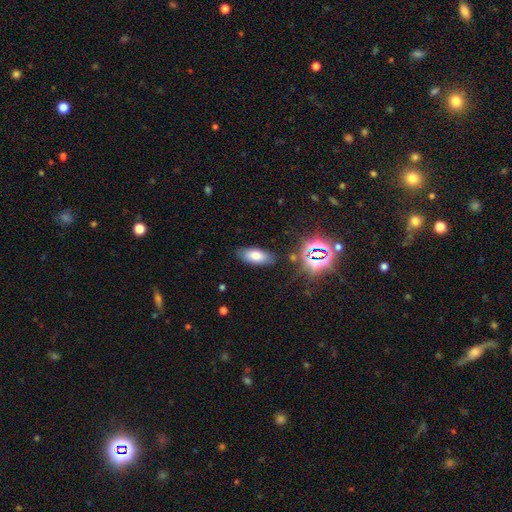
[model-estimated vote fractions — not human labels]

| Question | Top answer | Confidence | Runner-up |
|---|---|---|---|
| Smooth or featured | smooth | 73% | star or artifact (14%) |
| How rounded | in between | 86% | cigar-shaped (10%) |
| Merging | none | 83% | minor disturbance (11%) |